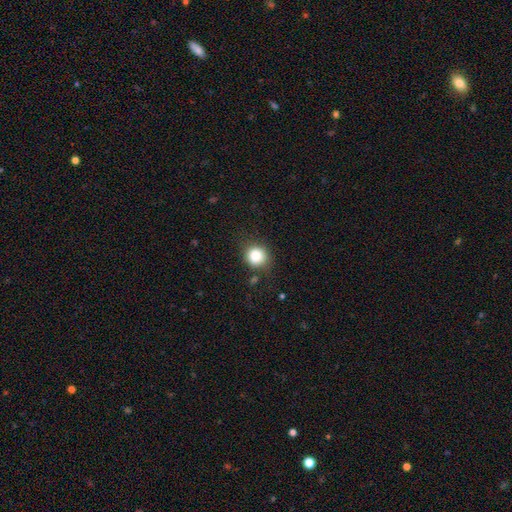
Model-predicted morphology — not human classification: smooth 85%, star or artifact 10%, featured or disk 5%. Down the decision tree: how rounded — round (86%); merging — none (77%).